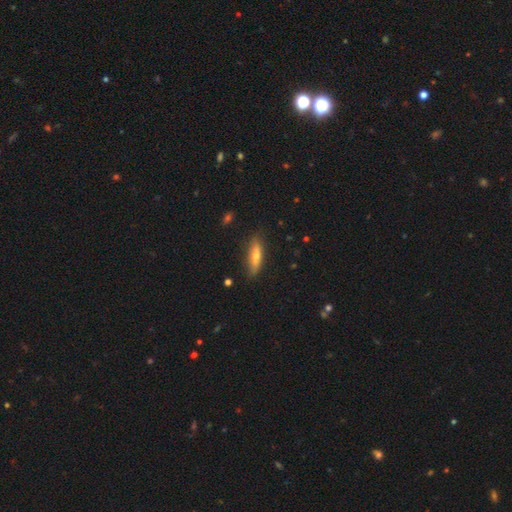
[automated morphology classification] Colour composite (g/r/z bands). It shows a smooth galaxy with no disk features (64%) that is cigar-shaped (67%). Merging: none (82%).